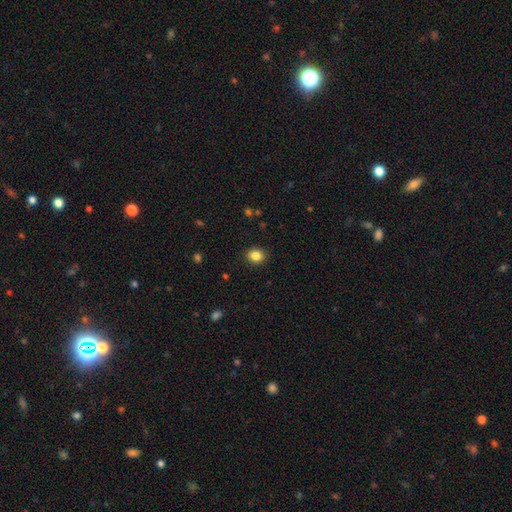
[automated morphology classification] A smooth galaxy with no disk features (84%) that is round (64%).

Vote fractions:
- Smooth or featured? smooth: 84% / star or artifact: 10% / featured or disk: 5%
- How rounded? round: 64% / in between: 35% / cigar-shaped: 1%
- Merging? none: 90% / minor disturbance: 7% / major disturbance: 2% / merger: 1%